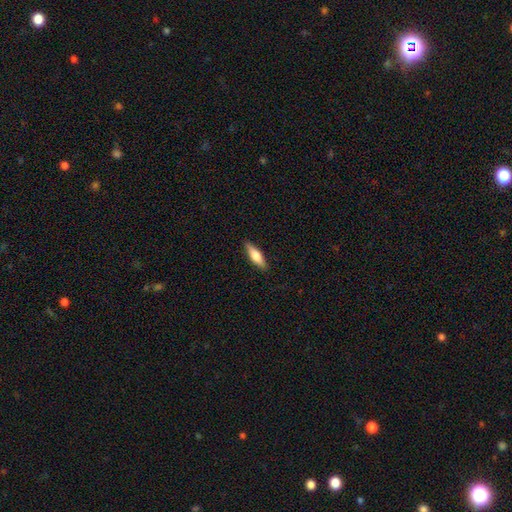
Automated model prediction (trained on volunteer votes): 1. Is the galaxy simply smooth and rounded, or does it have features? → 64% smooth, 30% featured or disk, 6% star or artifact.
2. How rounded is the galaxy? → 56% cigar-shaped, 41% in between, 2% round.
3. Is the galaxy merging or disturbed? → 87% none, 9% minor disturbance, 2% major disturbance, 1% merger.